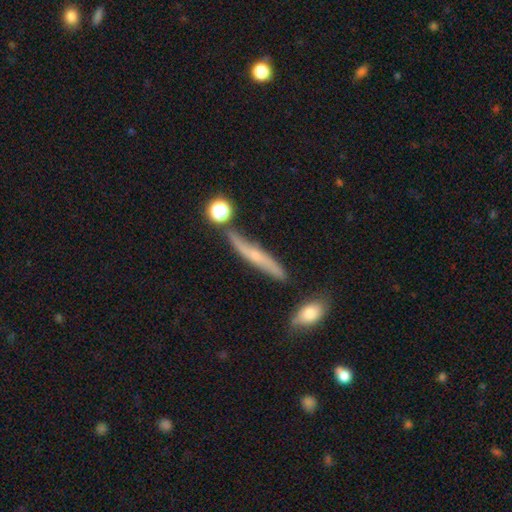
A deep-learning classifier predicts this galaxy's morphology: Smooth or featured? Predicted: featured or disk (p=0.59). Edge-on disk? Predicted: yes (p=0.79). Merging? Predicted: none (p=0.66).